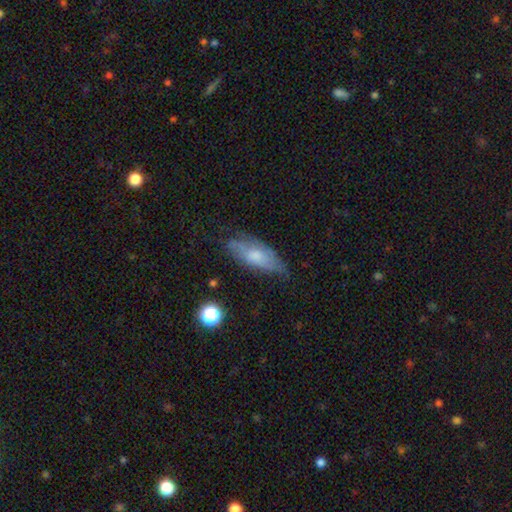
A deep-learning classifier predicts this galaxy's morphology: A smooth galaxy with no disk features (53%) that is in between round and cigar-shaped (71%). Merging: none (60%).